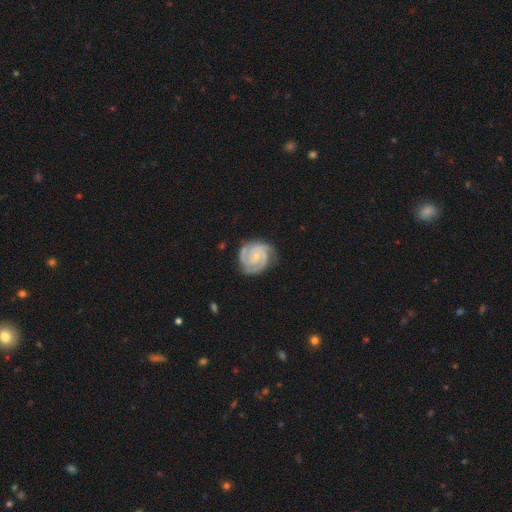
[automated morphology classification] smooth-or-featured: featured or disk: 91% | smooth: 5% | star or artifact: 4%
  disk-edge-on: no: 98% | yes: 2%
    bar: no: 65% | weak: 29% | strong: 7%
    has-spiral-arms: yes: 98% | no: 2%
      spiral-winding: tight: 73% | medium: 24% | loose: 3%
      spiral-arm-count: 2: 52% | 3: 32% | can't tell: 6% | 4: 4% | 1: 3% | more than 4: 3%
    bulge-size: small: 72% | moderate: 21% | none: 5% | large: 1% | dominant: 1%
  merging: none: 76% | minor disturbance: 18% | major disturbance: 5% | merger: 1%